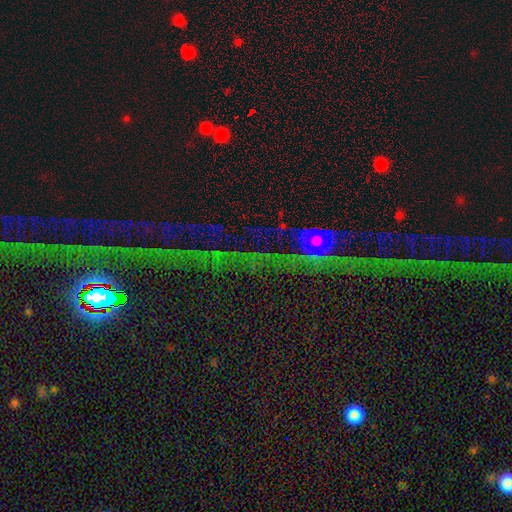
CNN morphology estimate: smooth_or_featured: star or artifact (p=0.71) [alt: smooth p=0.15]